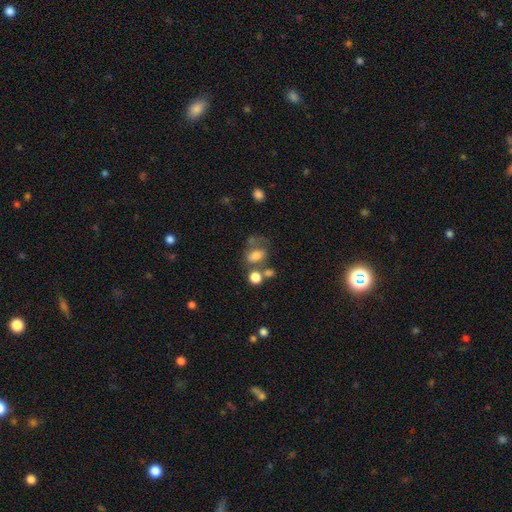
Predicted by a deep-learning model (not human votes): This appears to be a smooth galaxy with no disk features (67%) that is in between round and cigar-shaped (72%). Merging: none (34%).